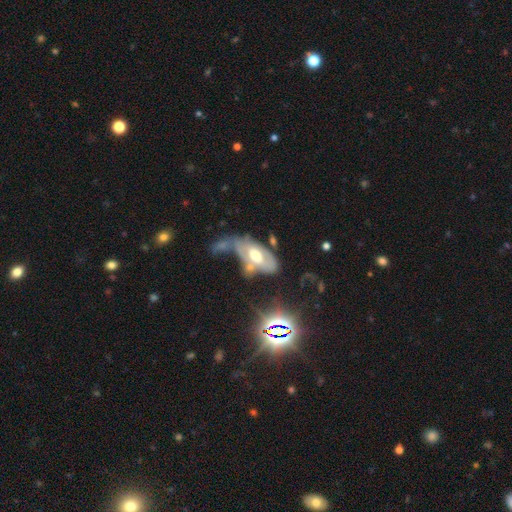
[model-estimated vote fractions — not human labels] This appears to be a featured or disk galaxy (55%). Merging: major disturbance (31%).